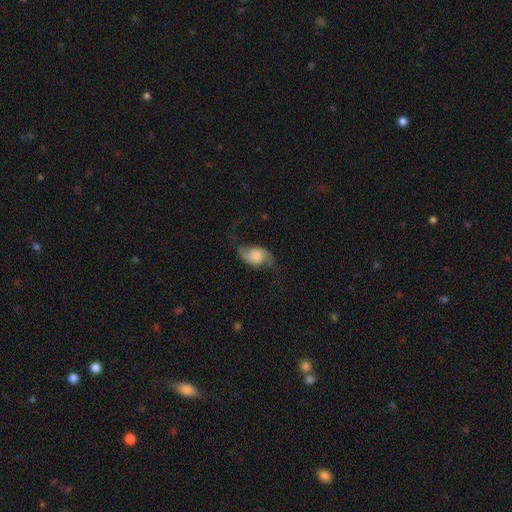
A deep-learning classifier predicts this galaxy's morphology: Smooth or featured?
  - featured or disk: 65% *
  - smooth: 27%
  - star or artifact: 8%
Edge-on disk?
  - no: 96% *
  - yes: 4%
Bar?
  - no: 64% *
  - weak: 29%
  - strong: 7%
Spiral arms?
  - yes: 92% *
  - no: 8%
Spiral winding?
  - loose: 73% *
  - medium: 21%
  - tight: 6%
Spiral arm count?
  - 2: 92% *
  - can't tell: 3%
  - 1: 3%
  - 3: 1%
  - 4: 1%
  - more than 4: 1%
Bulge size?
  - large: 28% *
  - moderate: 24%
  - none: 22%
  - small: 16%
  - dominant: 10%
Merging?
  - none: 61% *
  - minor disturbance: 21%
  - major disturbance: 17%
  - merger: 2%